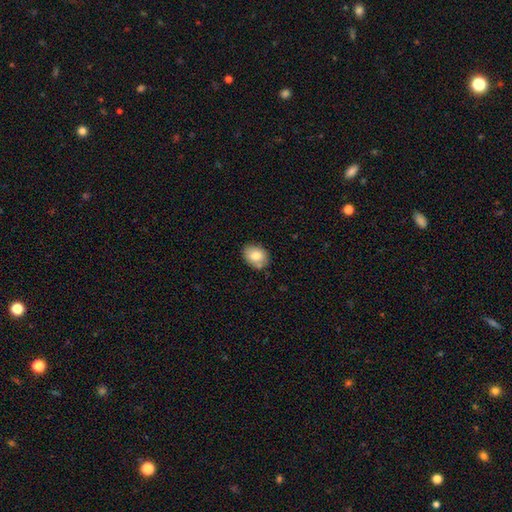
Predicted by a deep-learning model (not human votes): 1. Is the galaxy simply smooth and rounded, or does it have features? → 79% smooth, 13% featured or disk, 8% star or artifact.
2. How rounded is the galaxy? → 61% in between, 39% round, 1% cigar-shaped.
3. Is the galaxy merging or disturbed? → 77% none, 16% minor disturbance, 4% merger, 3% major disturbance.